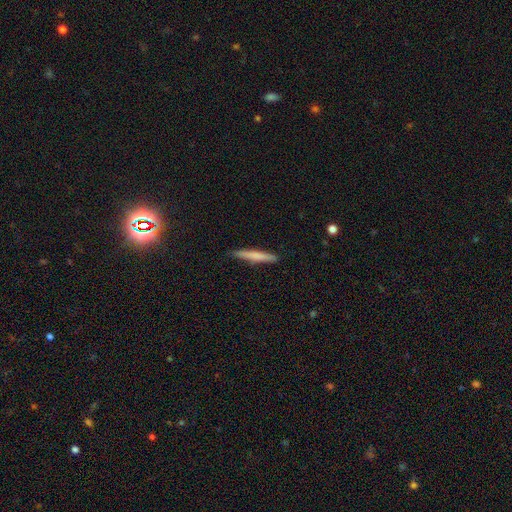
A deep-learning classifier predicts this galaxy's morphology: A smooth galaxy with no disk features (69%) that is cigar-shaped (95%). Merging: none (90%).